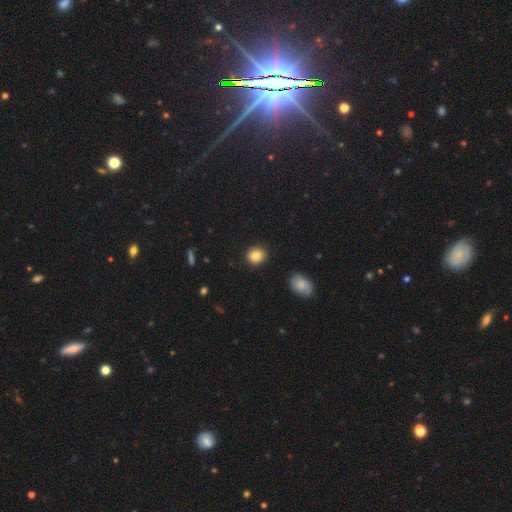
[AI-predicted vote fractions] Smooth or featured?
  - smooth: 85% *
  - star or artifact: 9%
  - featured or disk: 5%
How rounded?
  - round: 76% *
  - in between: 23%
  - cigar-shaped: 1%
Merging?
  - none: 88% *
  - minor disturbance: 8%
  - major disturbance: 2%
  - merger: 2%